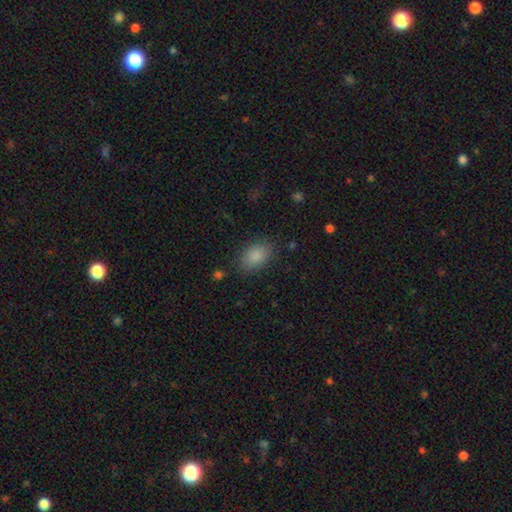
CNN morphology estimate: Q: Smooth or featured?
A: smooth (87%); runner-up: star or artifact (8%)
Q: How rounded?
A: in between (90%); runner-up: round (9%)
Q: Merging?
A: none (84%); runner-up: minor disturbance (11%)